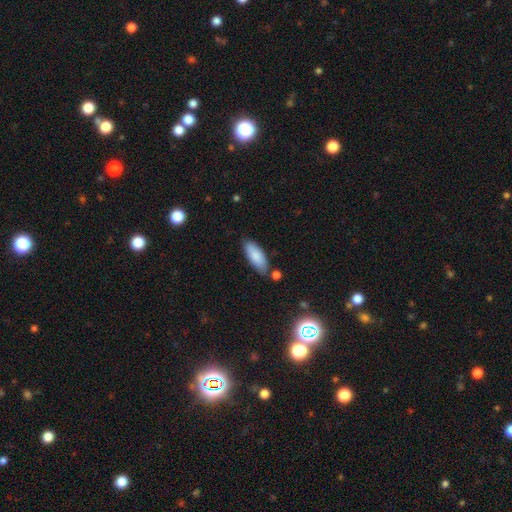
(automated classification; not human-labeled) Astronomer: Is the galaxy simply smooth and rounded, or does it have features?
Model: smooth — 85%.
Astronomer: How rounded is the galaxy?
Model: in between — 73%.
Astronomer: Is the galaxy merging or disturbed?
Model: none — 76%.